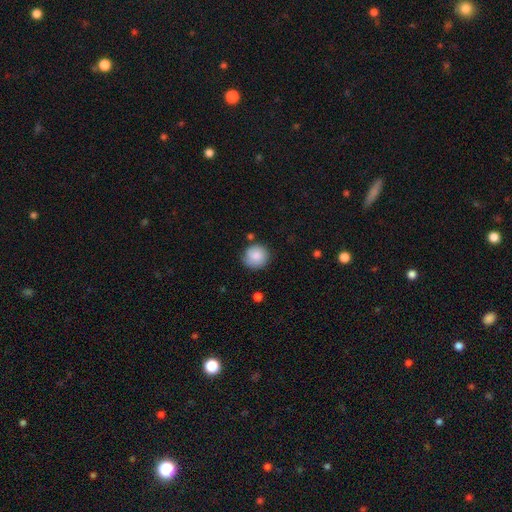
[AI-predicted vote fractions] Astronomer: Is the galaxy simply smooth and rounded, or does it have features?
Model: smooth — 84%.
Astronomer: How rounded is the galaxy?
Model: round — 93%.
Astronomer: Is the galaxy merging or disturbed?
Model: none — 79%.